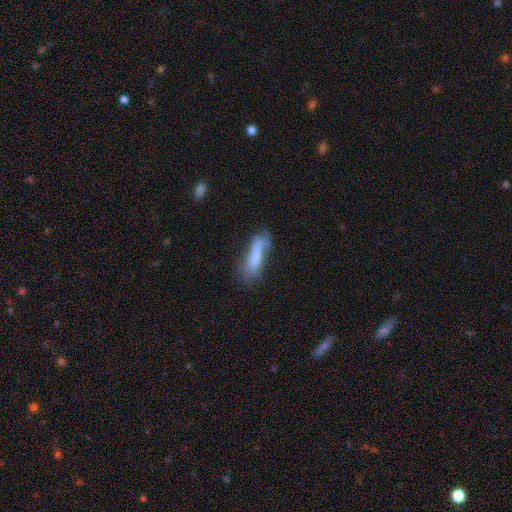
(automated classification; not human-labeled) Smooth or featured: smooth — 71% (featured or disk — 20%)
How rounded: cigar-shaped — 68% (in between — 30%)
Merging: none — 44% (minor disturbance — 30%)